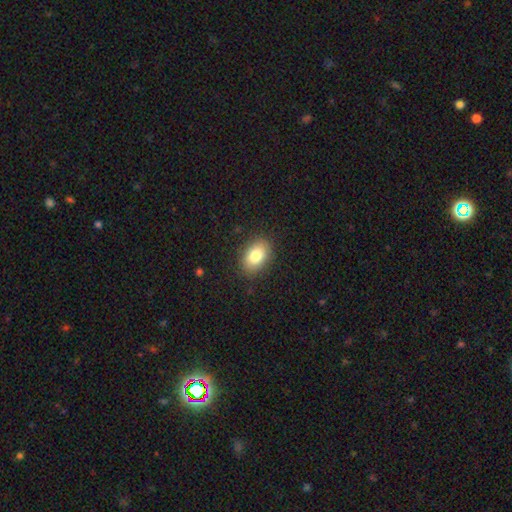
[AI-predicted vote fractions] A smooth galaxy with no disk features (82%) that is in between round and cigar-shaped (86%). Merging: none (87%).